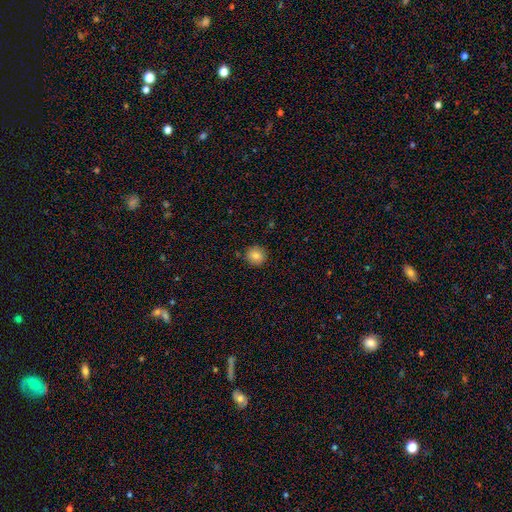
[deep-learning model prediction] A smooth galaxy with no disk features (83%) that is round (93%).

Vote fractions:
- Smooth or featured? smooth: 83% / star or artifact: 10% / featured or disk: 7%
- How rounded? round: 93% / in between: 6% / cigar-shaped: 1%
- Merging? none: 90% / minor disturbance: 7% / major disturbance: 2% / merger: 1%